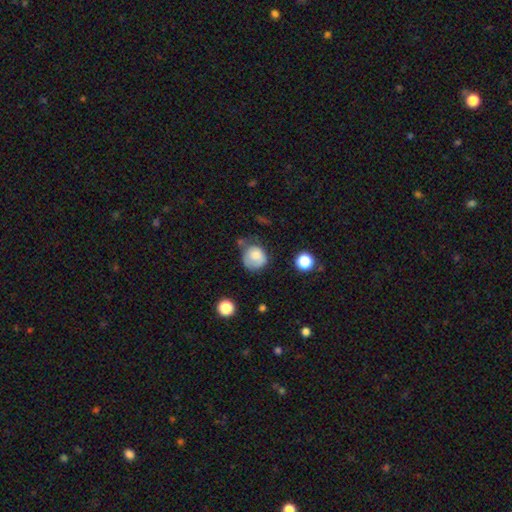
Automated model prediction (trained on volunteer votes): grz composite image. It shows a smooth galaxy with no disk features (76%) that is round (82%). Merging: none (48%).